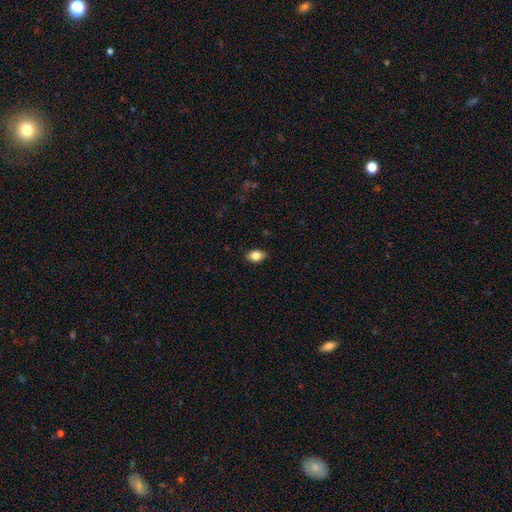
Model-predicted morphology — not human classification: A smooth galaxy with no disk features (84%) that is in between round and cigar-shaped (84%).

Vote fractions:
- Smooth or featured? smooth: 84% / star or artifact: 8% / featured or disk: 7%
- How rounded? in between: 84% / round: 14% / cigar-shaped: 2%
- Merging? none: 87% / minor disturbance: 10% / major disturbance: 2% / merger: 1%